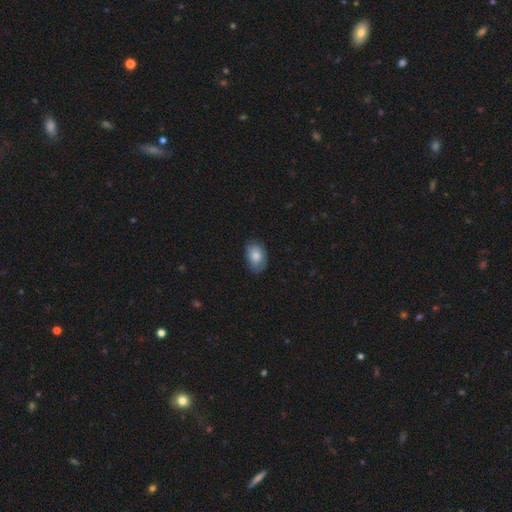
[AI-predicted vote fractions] smooth-or-featured: smooth: 81% | featured or disk: 12% | star or artifact: 7%
  how-rounded: in between: 88% | round: 11% | cigar-shaped: 1%
  merging: none: 73% | minor disturbance: 22% | major disturbance: 4% | merger: 1%